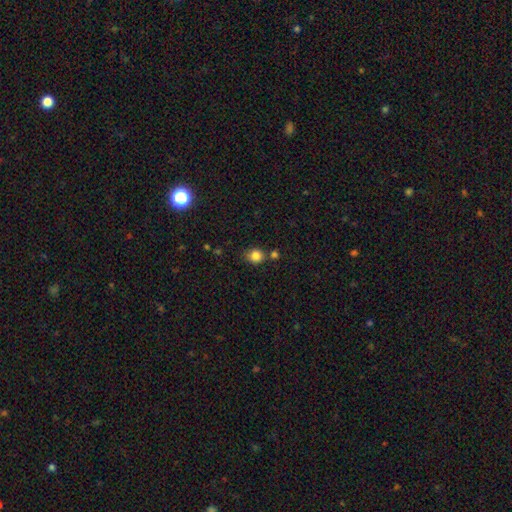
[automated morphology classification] A smooth galaxy with no disk features (84%) that is round (78%). Merging: none (71%).